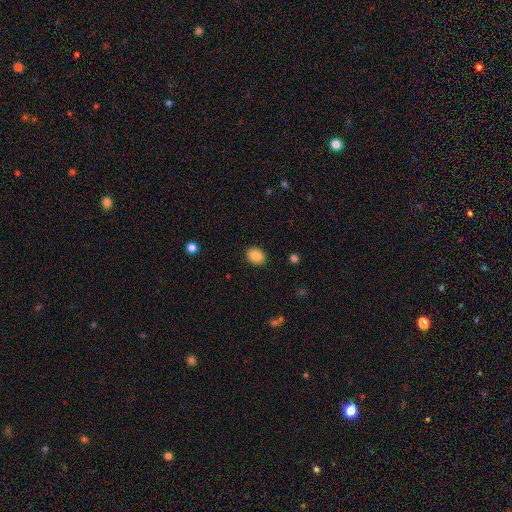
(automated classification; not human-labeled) smooth 87%, star or artifact 8%, featured or disk 4%. Down the decision tree: how rounded — in between (58%); merging — none (89%).